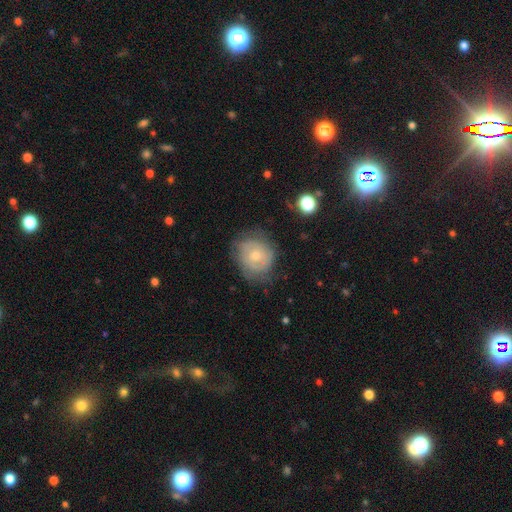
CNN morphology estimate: smooth-or-featured: featured or disk: 49% | smooth: 43% | star or artifact: 8%
  merging: none: 66% | minor disturbance: 23% | major disturbance: 10% | merger: 2%